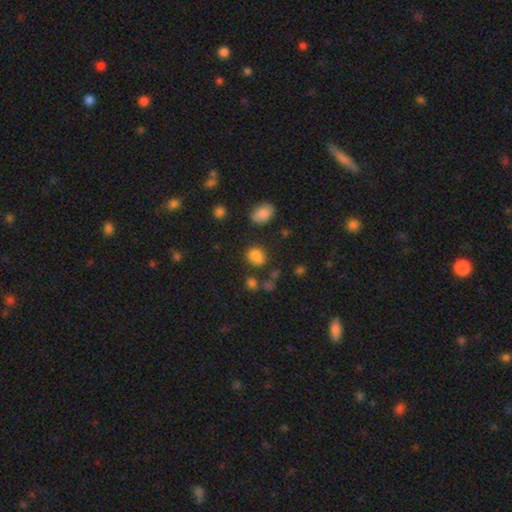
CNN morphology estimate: smooth_or_featured: smooth (p=0.81) [alt: star or artifact p=0.14]
how_rounded: round (p=0.56) [alt: in between p=0.43]
merging: none (p=0.66) [alt: minor disturbance p=0.18]